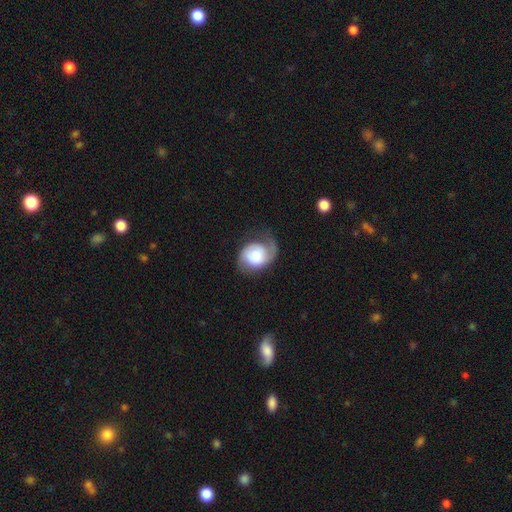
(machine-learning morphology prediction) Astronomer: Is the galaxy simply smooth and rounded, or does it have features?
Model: featured or disk — 60%.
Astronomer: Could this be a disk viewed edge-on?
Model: no — 98%.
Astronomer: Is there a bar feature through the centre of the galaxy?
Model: no — 73%.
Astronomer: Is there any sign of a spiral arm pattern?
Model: yes — 90%.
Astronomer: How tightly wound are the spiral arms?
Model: medium — 38% (runner-up: loose, 33%).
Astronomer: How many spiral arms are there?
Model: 2 — 64%.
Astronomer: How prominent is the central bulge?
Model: large — 35% (runner-up: dominant, 25%).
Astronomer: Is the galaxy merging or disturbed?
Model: none — 48% (runner-up: minor disturbance, 28%).